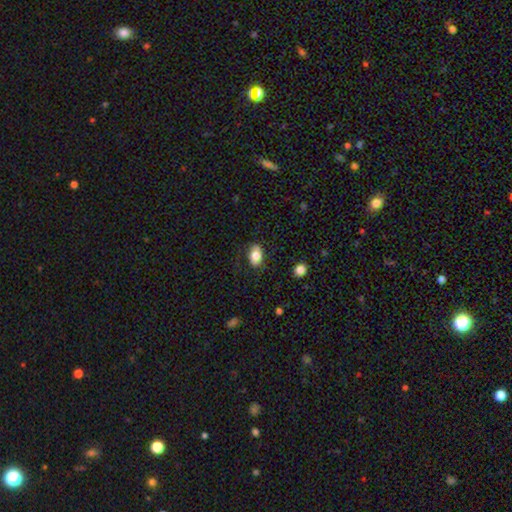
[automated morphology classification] Smooth or featured? Predicted: smooth (p=0.79). How rounded? Predicted: in between (p=0.89). Merging? Predicted: none (p=0.82).